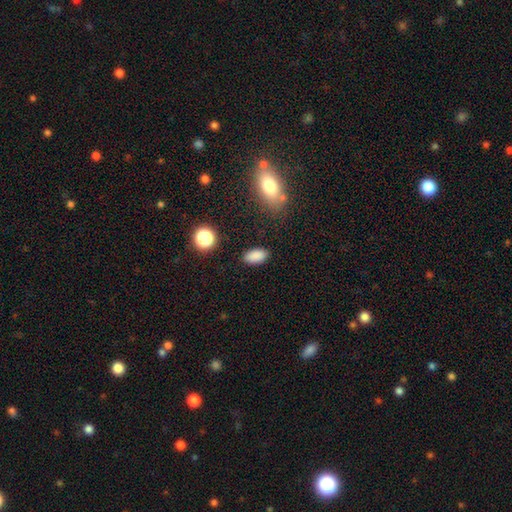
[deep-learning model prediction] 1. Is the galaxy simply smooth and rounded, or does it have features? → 86% smooth, 10% star or artifact, 4% featured or disk.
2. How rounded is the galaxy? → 91% in between, 5% round, 3% cigar-shaped.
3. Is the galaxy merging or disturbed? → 86% none, 10% minor disturbance, 3% major disturbance, 2% merger.